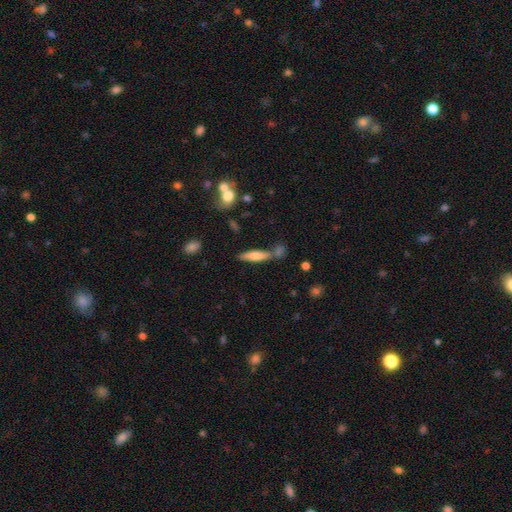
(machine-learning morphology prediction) type=smooth (66%); roundness=cigar-shaped (73%); merging=none (61%).